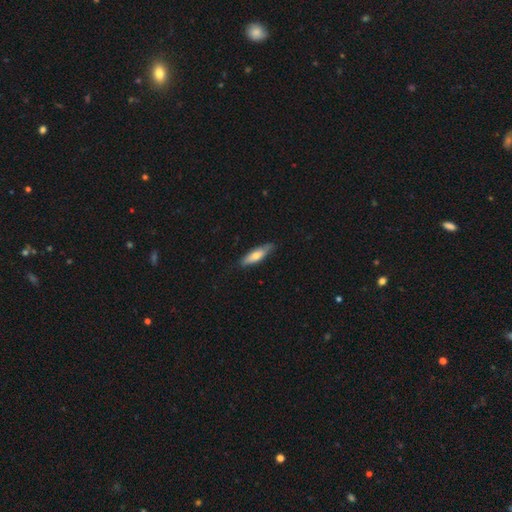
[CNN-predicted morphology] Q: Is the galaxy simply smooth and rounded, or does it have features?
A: smooth — 65%.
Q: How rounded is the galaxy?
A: cigar-shaped — 60%.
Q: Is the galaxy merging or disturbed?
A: none — 81%.